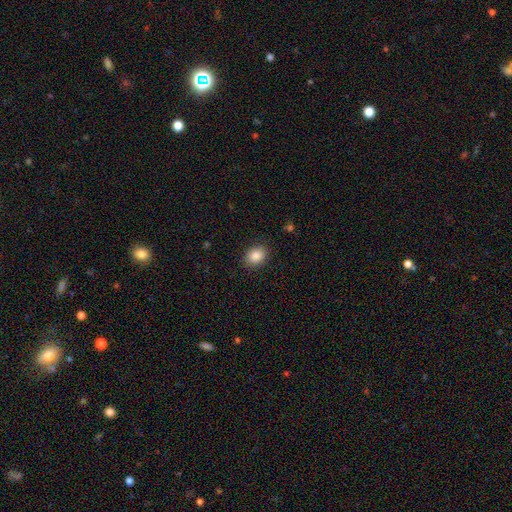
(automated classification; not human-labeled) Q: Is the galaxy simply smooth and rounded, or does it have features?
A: smooth — 87%.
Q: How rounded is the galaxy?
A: in between — 59%.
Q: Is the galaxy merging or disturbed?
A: none — 88%.